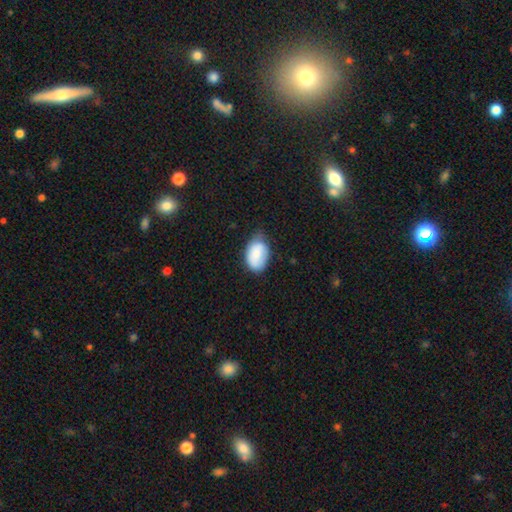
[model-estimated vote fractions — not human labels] smooth 80%, featured or disk 13%, star or artifact 7%. Down the decision tree: how rounded — in between (87%); merging — none (56%).